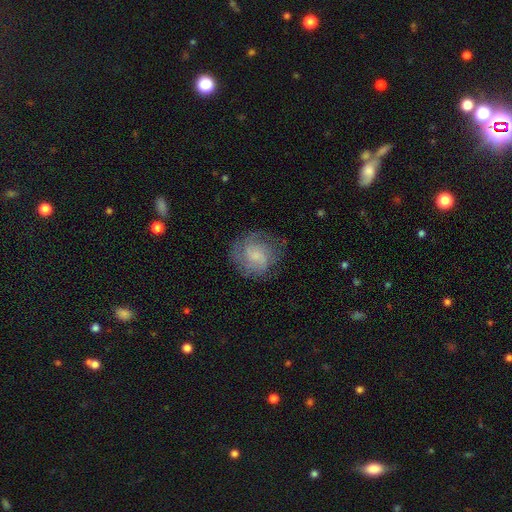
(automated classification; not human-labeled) Overall: featured or disk (59%; smooth 32%). Edge-on disk: no (98%). Bar: no (57%; weak 38%). Spiral arms: yes (87%). Spiral arm count: 2 (36%; can't tell 33%). Spiral winding: tight (43%; medium 41%). Bulge size: small (46%; moderate 24%). Merging: none (71%).